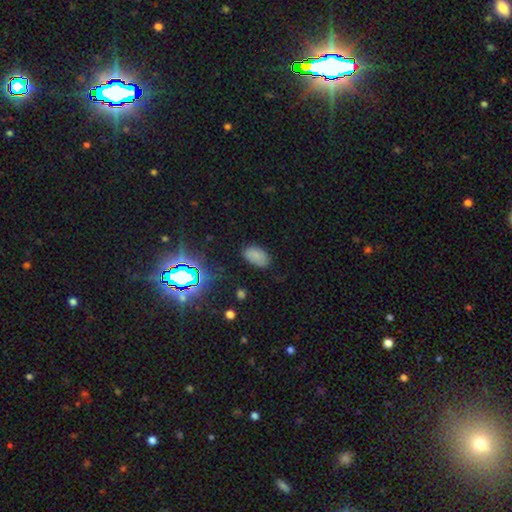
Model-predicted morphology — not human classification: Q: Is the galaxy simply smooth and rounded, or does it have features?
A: smooth — 76%.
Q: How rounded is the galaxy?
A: in between — 94%.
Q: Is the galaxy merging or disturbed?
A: none — 79%.